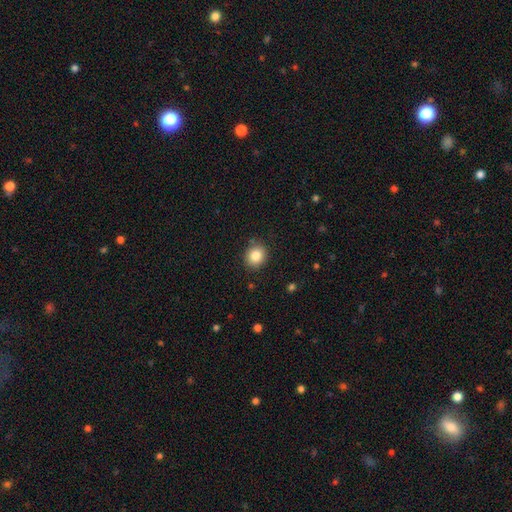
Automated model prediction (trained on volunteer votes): Overall: smooth (84%). How rounded: round (78%). Merging: none (88%).